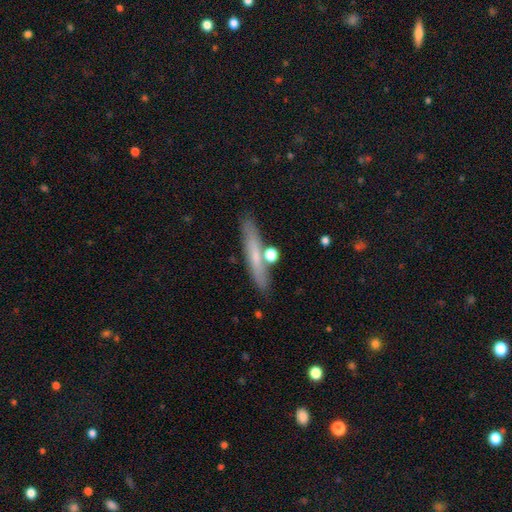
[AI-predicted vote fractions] Overall: smooth (58%; featured or disk 34%). How rounded: cigar-shaped (88%). Merging: none (80%).